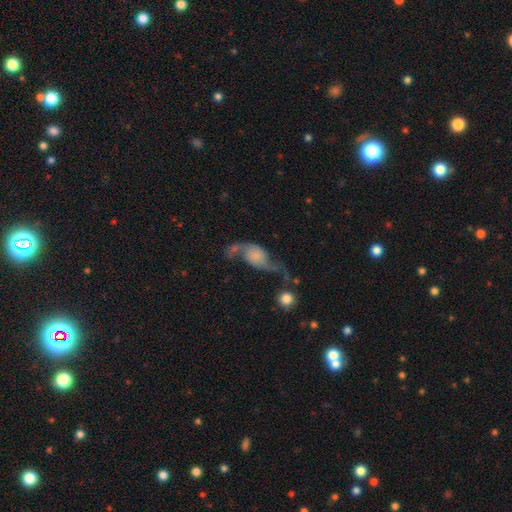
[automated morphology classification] Smooth or featured?
  - featured or disk: 71% *
  - smooth: 21%
  - star or artifact: 8%
Edge-on disk?
  - no: 94% *
  - yes: 6%
Bar?
  - no: 70% *
  - weak: 24%
  - strong: 6%
Spiral arms?
  - yes: 90% *
  - no: 10%
Spiral winding?
  - loose: 84% *
  - medium: 12%
  - tight: 4%
Spiral arm count?
  - 2: 89% *
  - 1: 5%
  - can't tell: 3%
  - 3: 1%
  - 4: 1%
  - more than 4: 1%
Bulge size?
  - none: 35% *
  - small: 33%
  - moderate: 17%
  - large: 10%
  - dominant: 5%
Merging?
  - none: 35% *
  - major disturbance: 26%
  - minor disturbance: 21%
  - merger: 17%